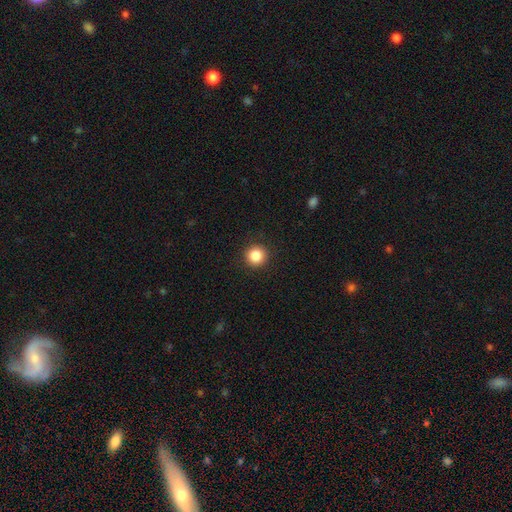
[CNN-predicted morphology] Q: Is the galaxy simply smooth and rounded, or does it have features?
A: smooth — 86%.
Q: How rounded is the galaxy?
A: round — 95%.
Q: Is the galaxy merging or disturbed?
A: none — 92%.